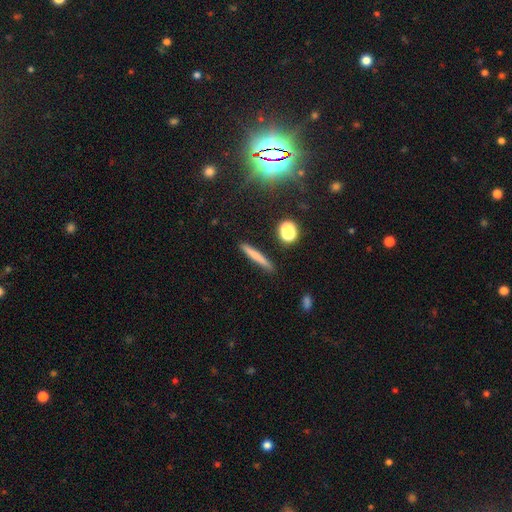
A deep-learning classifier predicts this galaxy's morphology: smooth 67%, featured or disk 24%, star or artifact 9%. Down the decision tree: how rounded — cigar-shaped (93%); merging — none (88%).